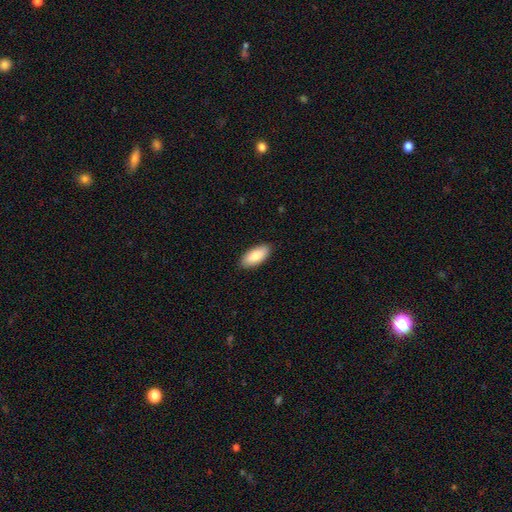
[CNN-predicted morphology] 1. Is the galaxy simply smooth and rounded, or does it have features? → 85% smooth, 9% featured or disk, 6% star or artifact.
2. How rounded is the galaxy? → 91% in between, 8% cigar-shaped, 2% round.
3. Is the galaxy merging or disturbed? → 88% none, 9% minor disturbance, 2% major disturbance, 1% merger.